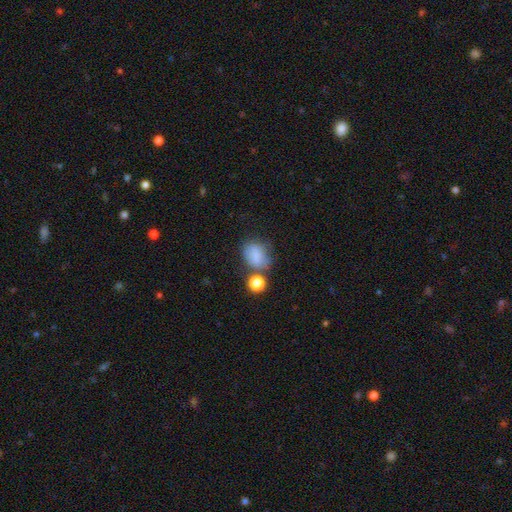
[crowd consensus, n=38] smooth-or-featured: smooth: 84% | featured or disk: 8% | star or artifact: 8%
  how-rounded: round: 56% | in between: 44% | cigar-shaped: 0%
  merging: none: 49% | minor disturbance: 20% | major disturbance: 17% | merger: 14%